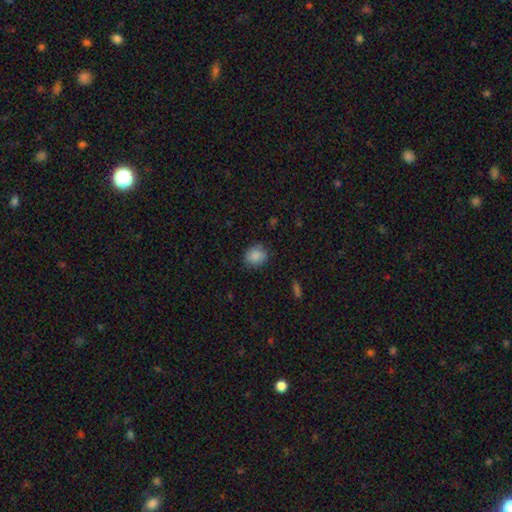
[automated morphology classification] The model was most divided on "how rounded": round: 79%, in between: 20%, cigar-shaped: 1%. More confident: smooth or featured — smooth (86%); merging — none (82%).